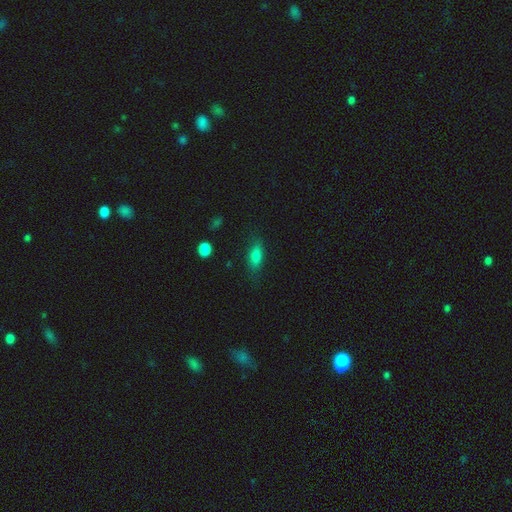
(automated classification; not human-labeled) This appears to be a smooth galaxy with no disk features (77%) that is in between round and cigar-shaped (70%). Merging: none (77%).